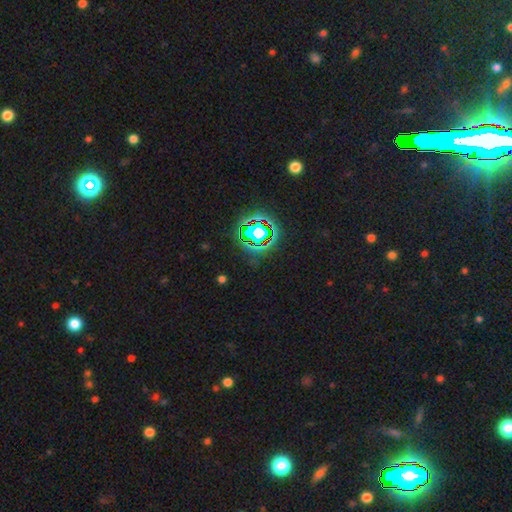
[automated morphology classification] smooth-or-featured: star or artifact: 81% | smooth: 11% | featured or disk: 8%